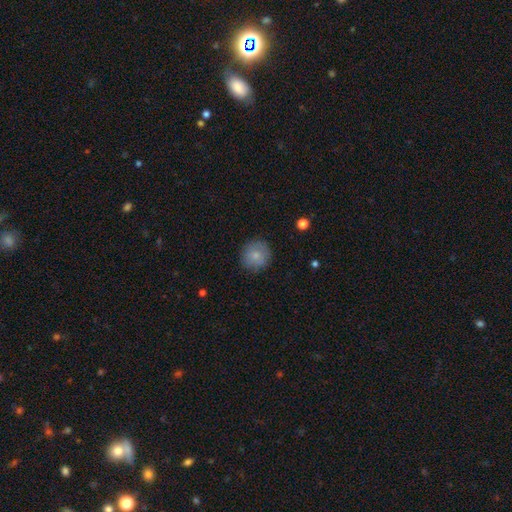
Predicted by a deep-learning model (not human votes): A smooth galaxy with no disk features (80%) that is round (92%).

Vote fractions:
- Smooth or featured? smooth: 80% / featured or disk: 12% / star or artifact: 8%
- How rounded? round: 92% / in between: 7% / cigar-shaped: 1%
- Merging? none: 85% / minor disturbance: 11% / major disturbance: 3% / merger: 1%